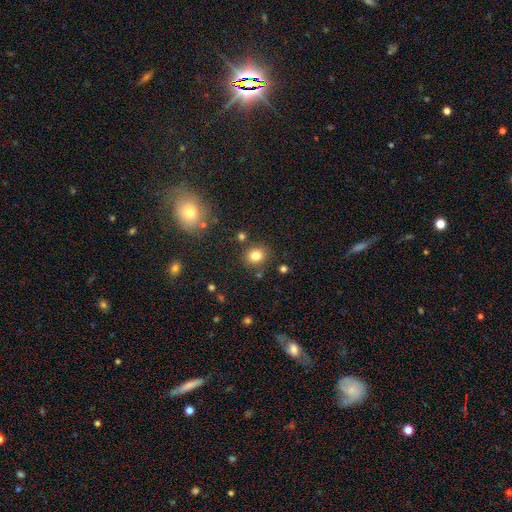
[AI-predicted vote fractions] smooth_or_featured: smooth (p=0.80) [alt: star or artifact p=0.13]
how_rounded: round (p=0.68) [alt: in between p=0.31]
merging: none (p=0.83) [alt: minor disturbance p=0.10]